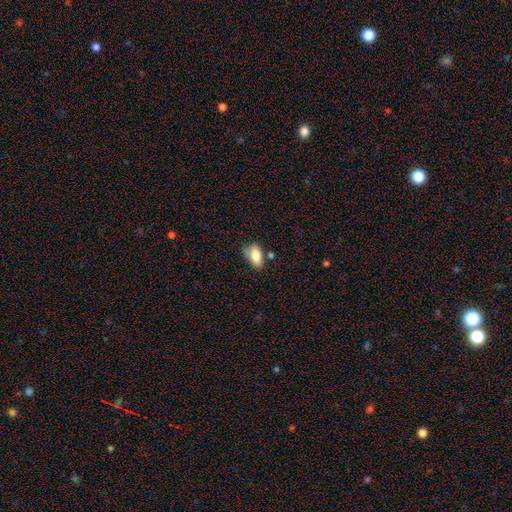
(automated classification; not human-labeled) This is clearly a smooth galaxy (80%). How rounded: clearly in between (90%). Merging: possibly none (56%).